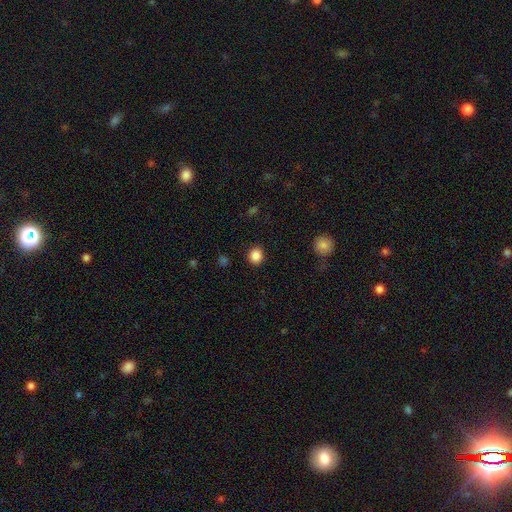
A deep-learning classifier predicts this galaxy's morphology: Smooth or featured: smooth — 87% (star or artifact — 10%)
How rounded: round — 80% (in between — 19%)
Merging: none — 90% (minor disturbance — 6%)